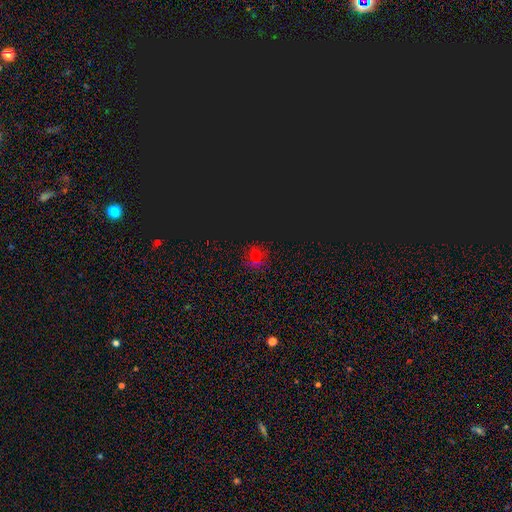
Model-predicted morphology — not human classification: star or artifact 53%, smooth 37%, featured or disk 10%.